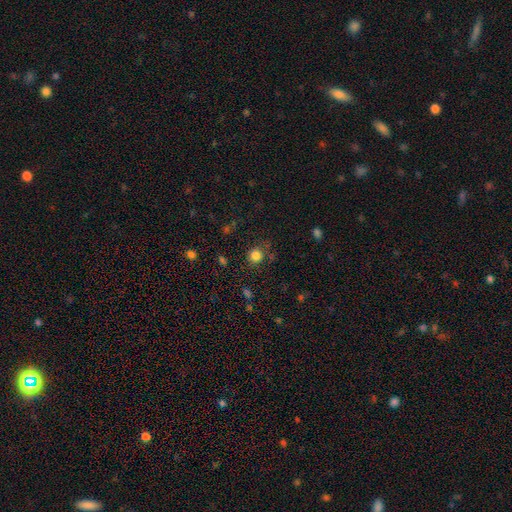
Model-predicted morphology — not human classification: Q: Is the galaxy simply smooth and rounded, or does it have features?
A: smooth — 81%.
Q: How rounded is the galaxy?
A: round — 89%.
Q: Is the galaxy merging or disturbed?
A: none — 81%.